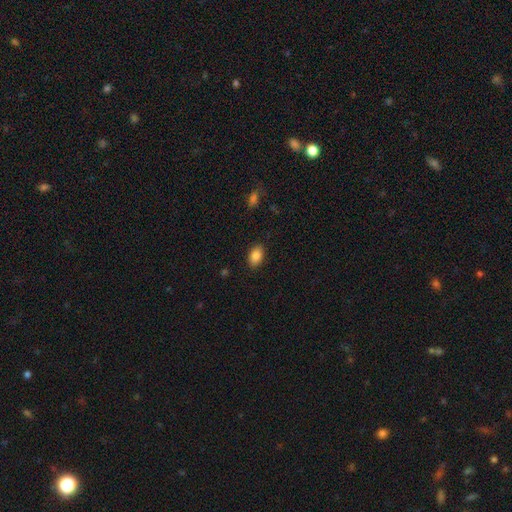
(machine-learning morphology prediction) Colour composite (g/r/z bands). It shows a smooth galaxy with no disk features (87%) that is in between round and cigar-shaped (90%). Merging: none (88%).